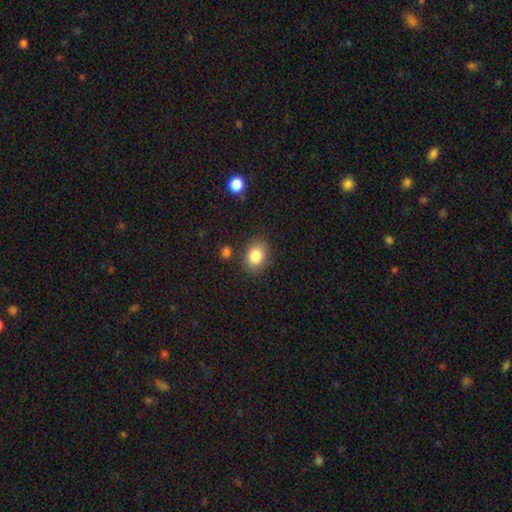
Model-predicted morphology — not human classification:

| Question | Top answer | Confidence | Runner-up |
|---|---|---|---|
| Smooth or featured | smooth | 85% | star or artifact (9%) |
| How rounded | in between | 59% | round (40%) |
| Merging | none | 83% | minor disturbance (11%) |